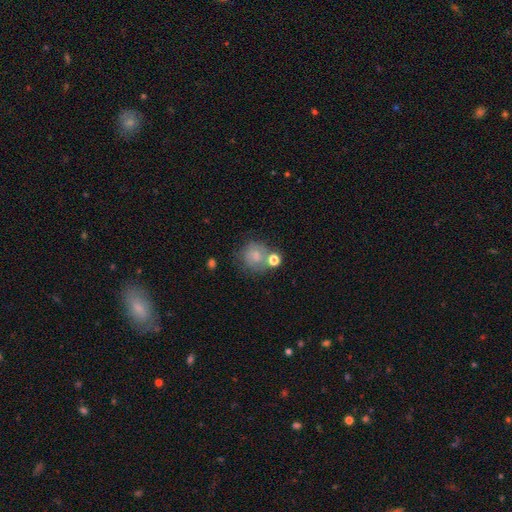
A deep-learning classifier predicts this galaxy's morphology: A smooth galaxy with no disk features (65%) that is round (81%).

Vote fractions:
- Smooth or featured? smooth: 65% / featured or disk: 24% / star or artifact: 11%
- How rounded? round: 81% / in between: 18% / cigar-shaped: 1%
- Merging? none: 47% / merger: 24% / minor disturbance: 18% / major disturbance: 11%